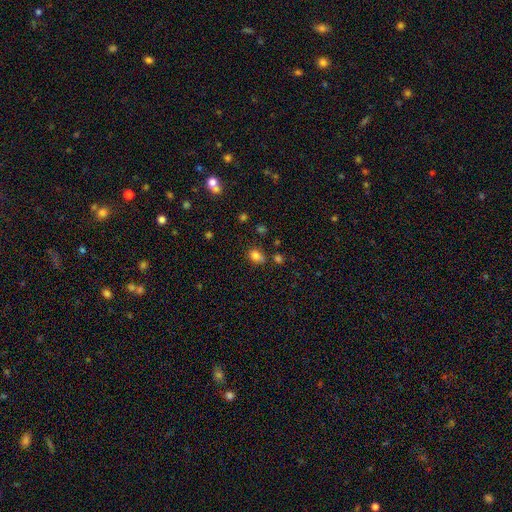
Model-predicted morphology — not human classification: A smooth galaxy with no disk features (78%) that is in between round and cigar-shaped (59%).

Vote fractions:
- Smooth or featured? smooth: 78% / star or artifact: 14% / featured or disk: 9%
- How rounded? in between: 59% / round: 40% / cigar-shaped: 2%
- Merging? none: 57% / minor disturbance: 21% / merger: 15% / major disturbance: 6%